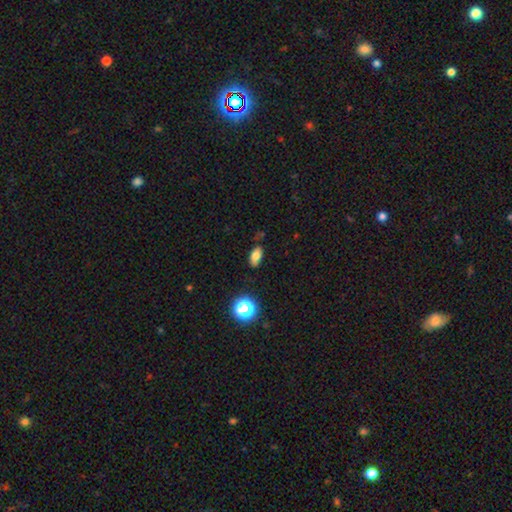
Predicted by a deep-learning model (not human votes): The model was most divided on "merging": none: 78%, minor disturbance: 16%, major disturbance: 3%, merger: 3%. More confident: how rounded — in between (88%); smooth or featured — smooth (76%).